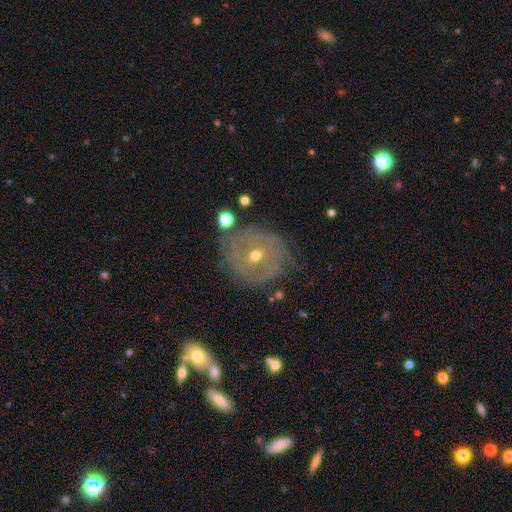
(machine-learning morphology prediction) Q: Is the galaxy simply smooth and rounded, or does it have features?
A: featured or disk — 80%.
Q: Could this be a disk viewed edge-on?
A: no — 96%.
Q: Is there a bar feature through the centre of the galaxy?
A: no — 44%.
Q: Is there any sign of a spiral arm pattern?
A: yes — 86%.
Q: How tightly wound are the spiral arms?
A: tight — 74%.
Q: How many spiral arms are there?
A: can't tell — 41%.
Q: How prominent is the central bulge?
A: moderate — 55%.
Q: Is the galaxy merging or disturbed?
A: none — 69%.